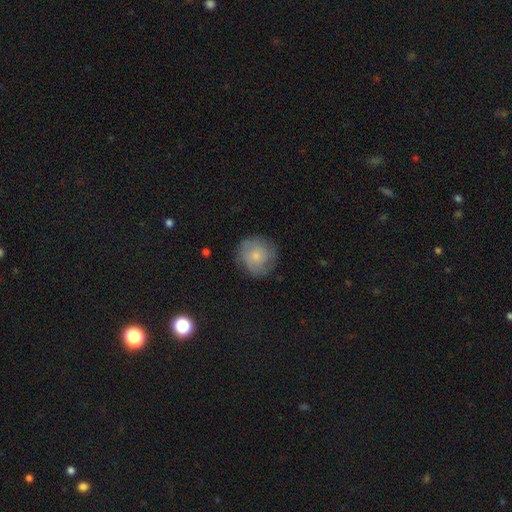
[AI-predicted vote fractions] A smooth galaxy with no disk features (62%) that is round (91%). Merging: none (75%).